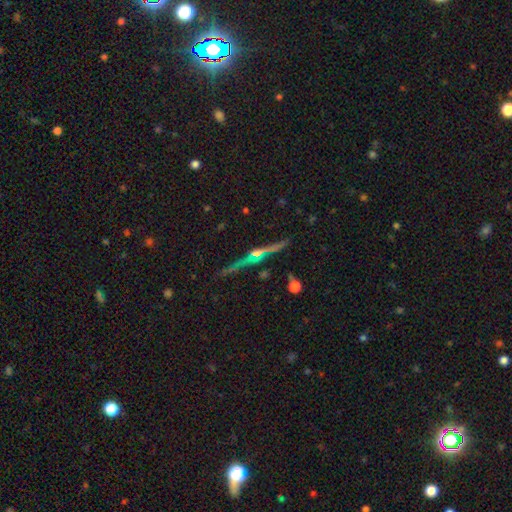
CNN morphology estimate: Smooth or featured? Predicted: featured or disk (p=0.54). Edge-on disk? Predicted: yes (p=0.90). Merging? Predicted: none (p=0.81).